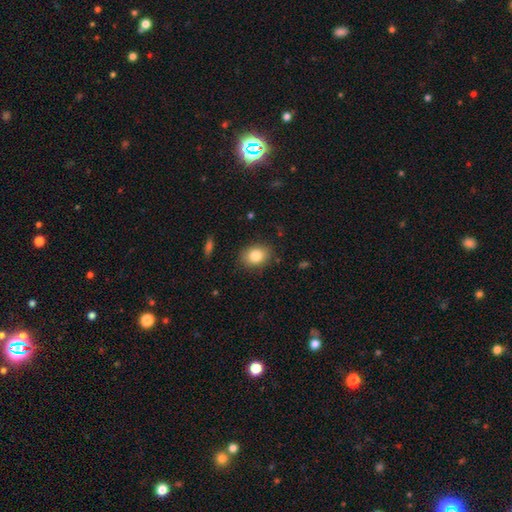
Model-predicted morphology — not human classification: Smooth or featured?
  - smooth: 84% *
  - star or artifact: 9%
  - featured or disk: 8%
How rounded?
  - in between: 59% *
  - round: 40%
  - cigar-shaped: 1%
Merging?
  - none: 85% *
  - minor disturbance: 11%
  - major disturbance: 3%
  - merger: 1%